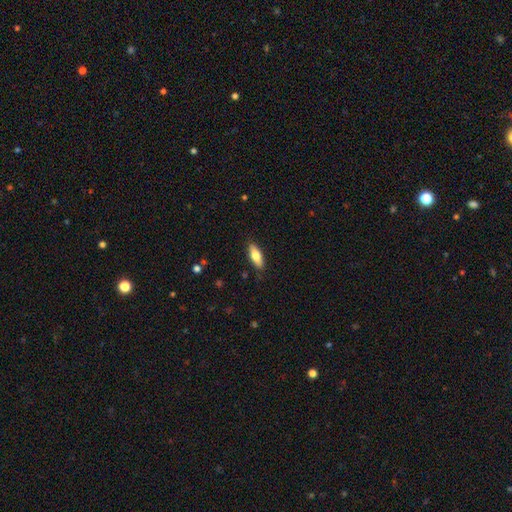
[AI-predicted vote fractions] This is likely a smooth galaxy (70%). How rounded: likely in between (65%). Merging: clearly none (86%).